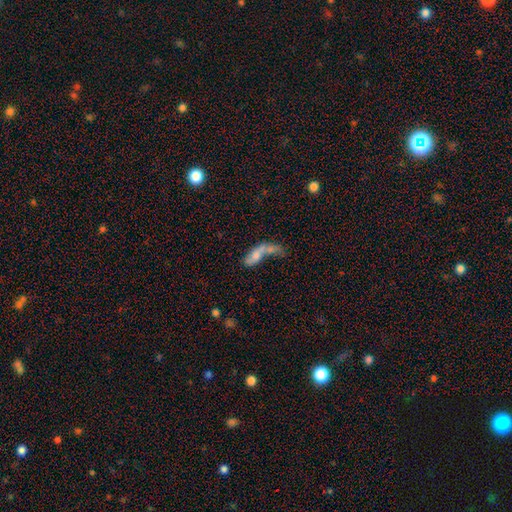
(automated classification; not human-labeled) A smooth galaxy with no disk features (53%) that is in between round and cigar-shaped (65%). Merging: merger (52%).